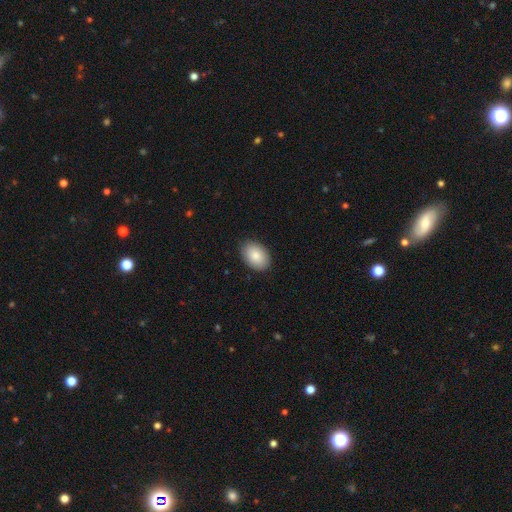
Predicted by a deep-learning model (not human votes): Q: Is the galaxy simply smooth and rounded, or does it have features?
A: smooth — 87%.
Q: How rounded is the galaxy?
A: in between — 86%.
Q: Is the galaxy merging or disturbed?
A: none — 88%.